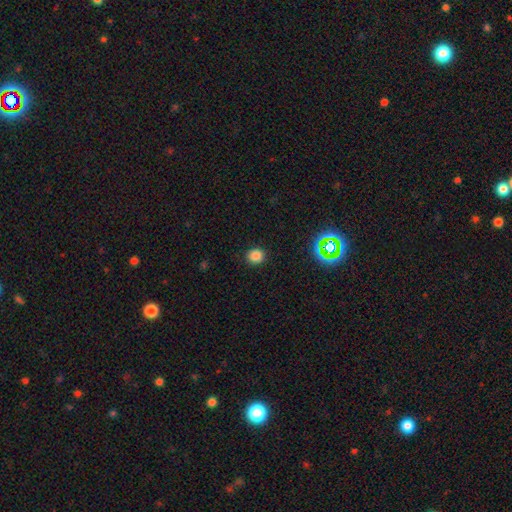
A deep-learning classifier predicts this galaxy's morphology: smooth_or_featured: smooth (p=0.82) [alt: star or artifact p=0.14]
how_rounded: round (p=0.89) [alt: in between p=0.10]
merging: none (p=0.90) [alt: minor disturbance p=0.06]